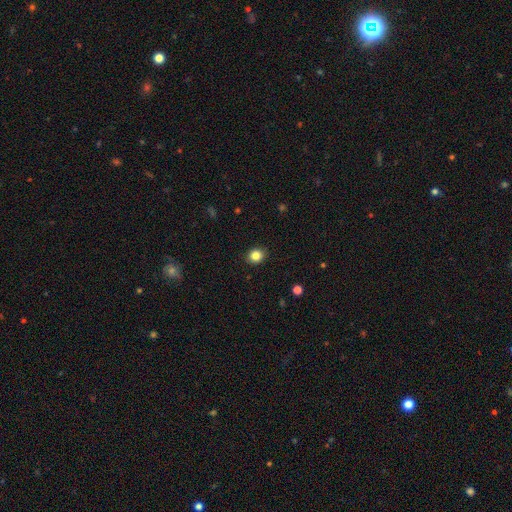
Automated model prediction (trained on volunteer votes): This is clearly a smooth galaxy (84%). How rounded: likely round (71%). Merging: clearly none (90%).